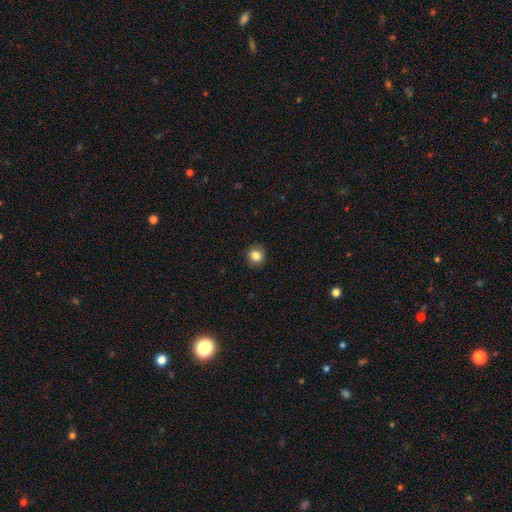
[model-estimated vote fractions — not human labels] Q: Smooth or featured?
A: smooth (85%); runner-up: star or artifact (10%)
Q: How rounded?
A: round (92%); runner-up: in between (7%)
Q: Merging?
A: none (92%); runner-up: minor disturbance (6%)